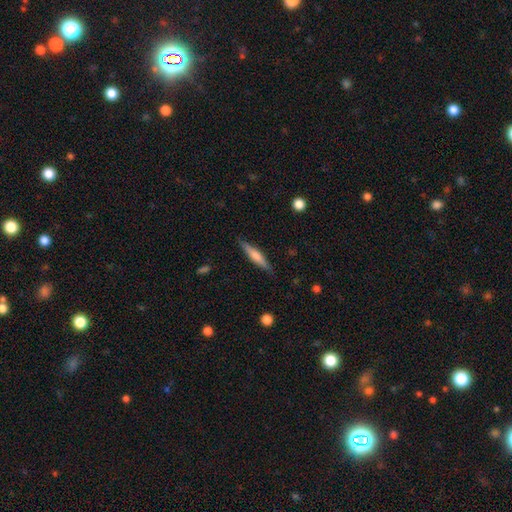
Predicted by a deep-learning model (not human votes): Smooth or featured?
  - smooth: 58% *
  - featured or disk: 36%
  - star or artifact: 6%
How rounded?
  - cigar-shaped: 88% *
  - in between: 10%
  - round: 2%
Merging?
  - none: 86% *
  - minor disturbance: 10%
  - major disturbance: 2%
  - merger: 1%